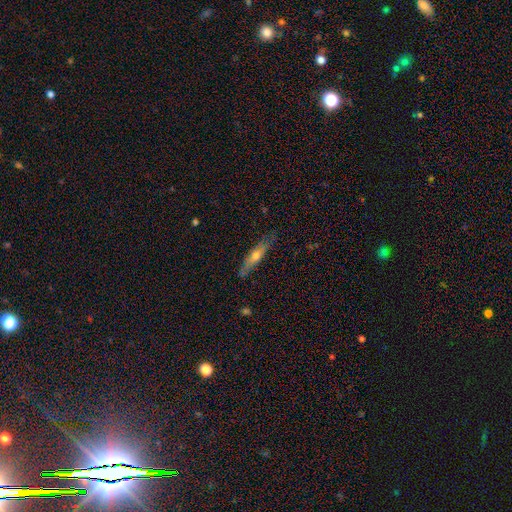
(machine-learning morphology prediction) This is possibly a featured or disk galaxy (47%, tied with smooth). Merging: likely none (79%).